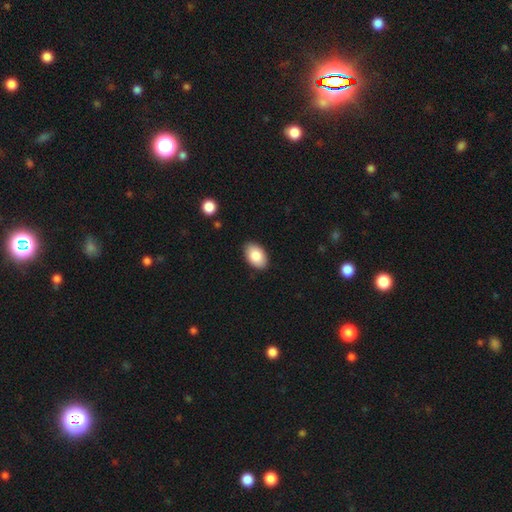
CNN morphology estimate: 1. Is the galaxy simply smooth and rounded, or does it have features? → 86% smooth, 8% featured or disk, 7% star or artifact.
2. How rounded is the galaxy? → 92% in between, 7% round, 1% cigar-shaped.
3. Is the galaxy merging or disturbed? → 87% none, 10% minor disturbance, 2% major disturbance, 1% merger.